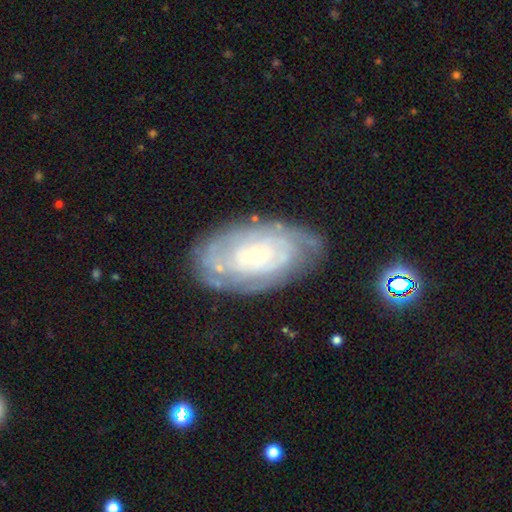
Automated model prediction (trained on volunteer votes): The model was most divided on "spiral arm count": can't tell: 59%, 2: 15%, 3: 9%, 4: 8%, more than 4: 5%, 1: 4%. More confident: edge-on disk — no (95%); spiral arms — yes (83%); bar — no (76%); spiral winding — tight (76%); smooth or featured — featured or disk (76%); bulge size — small (76%); merging — none (70%).